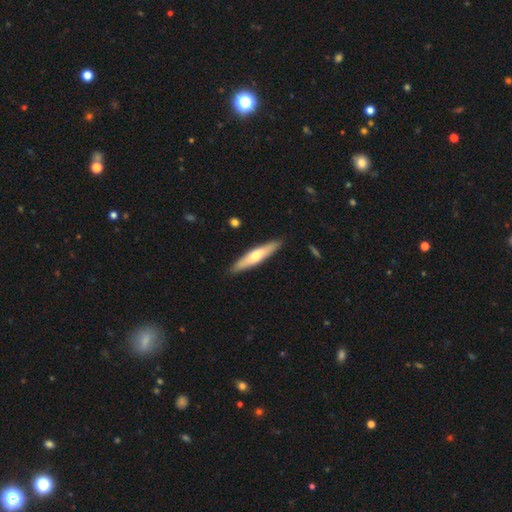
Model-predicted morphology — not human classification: This appears to be a smooth galaxy with no disk features (53%) that is cigar-shaped (86%). Merging: none (89%).